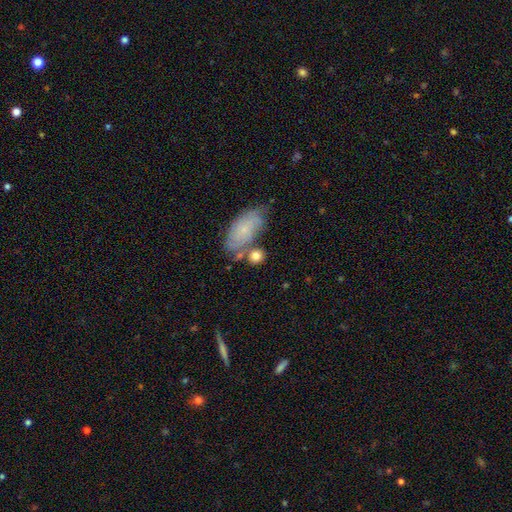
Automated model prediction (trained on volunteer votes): Morphology: type=smooth (72%); roundness=round (65%); merging=none (58%).